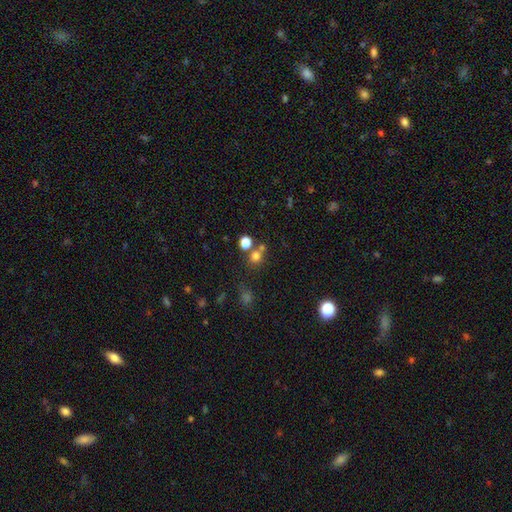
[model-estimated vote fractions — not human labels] The model was most divided on "merging": none: 64%, merger: 24%, minor disturbance: 8%, major disturbance: 4%. More confident: how rounded — round (84%); smooth or featured — smooth (71%).